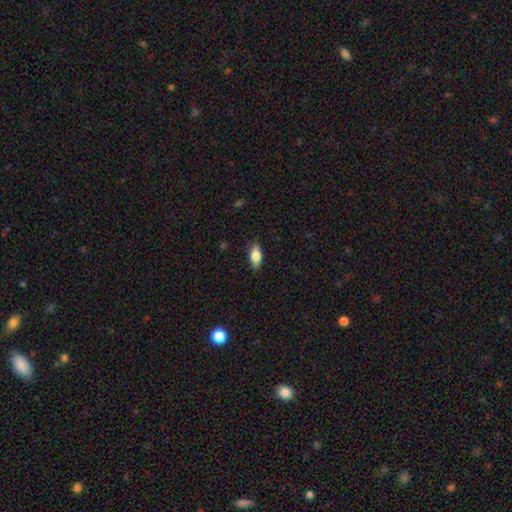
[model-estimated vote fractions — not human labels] smooth-or-featured: smooth: 73% | featured or disk: 20% | star or artifact: 7%
  how-rounded: in between: 82% | cigar-shaped: 14% | round: 4%
  merging: none: 83% | minor disturbance: 13% | major disturbance: 3% | merger: 1%